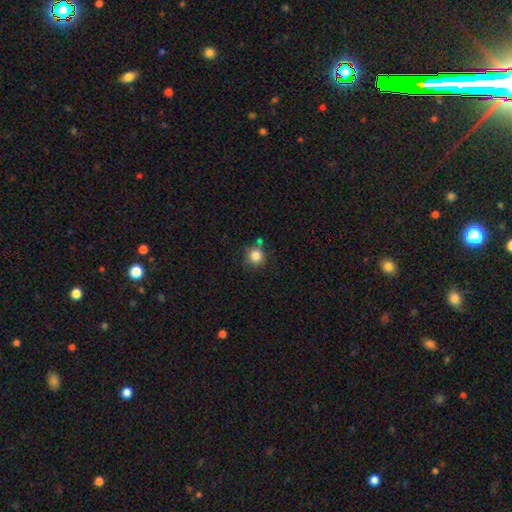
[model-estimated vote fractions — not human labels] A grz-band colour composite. It shows a smooth galaxy with no disk features (84%) that is round (91%). Merging: none (70%).